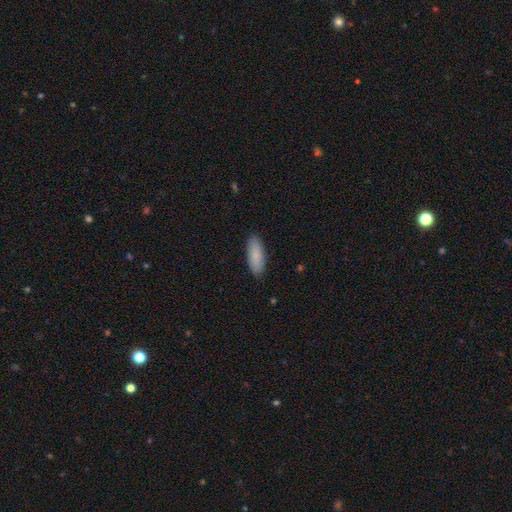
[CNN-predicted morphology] Overall: smooth (87%). How rounded: in between (76%). Merging: none (88%).